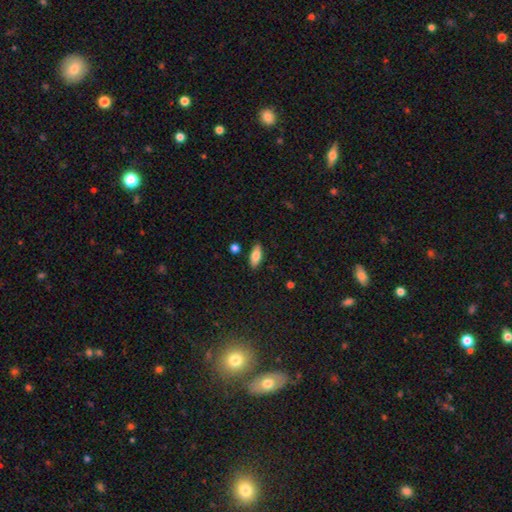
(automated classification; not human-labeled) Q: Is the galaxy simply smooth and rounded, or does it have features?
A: smooth — 81%.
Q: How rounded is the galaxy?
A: in between — 83%.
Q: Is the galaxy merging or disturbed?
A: none — 84%.